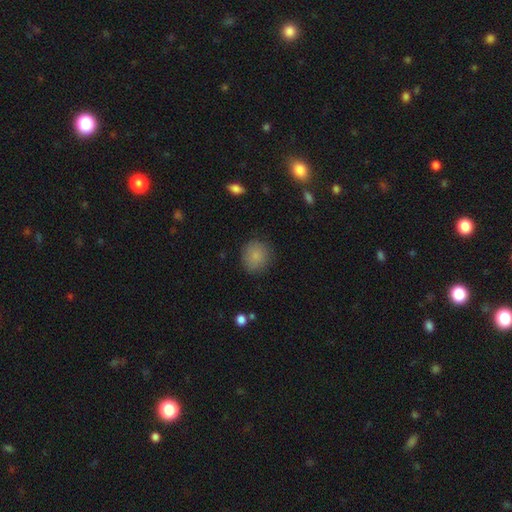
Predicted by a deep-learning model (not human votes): A smooth galaxy with no disk features (85%) that is round (83%).

Vote fractions:
- Smooth or featured? smooth: 85% / star or artifact: 9% / featured or disk: 6%
- How rounded? round: 83% / in between: 16% / cigar-shaped: 1%
- Merging? none: 84% / minor disturbance: 11% / major disturbance: 3% / merger: 1%